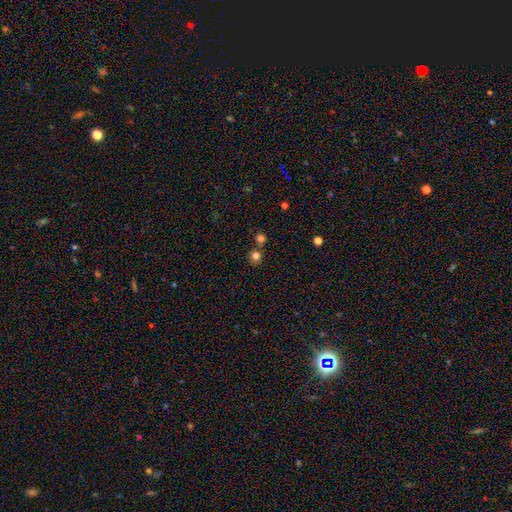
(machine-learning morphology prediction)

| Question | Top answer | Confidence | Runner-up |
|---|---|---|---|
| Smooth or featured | smooth | 77% | star or artifact (17%) |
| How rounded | round | 90% | in between (9%) |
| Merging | none | 71% | merger (20%) |